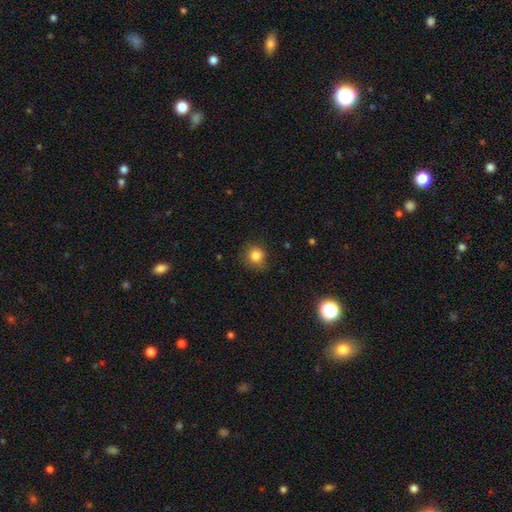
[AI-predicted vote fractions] This appears to be a smooth galaxy with no disk features (83%) that is round (87%). Merging: none (79%).